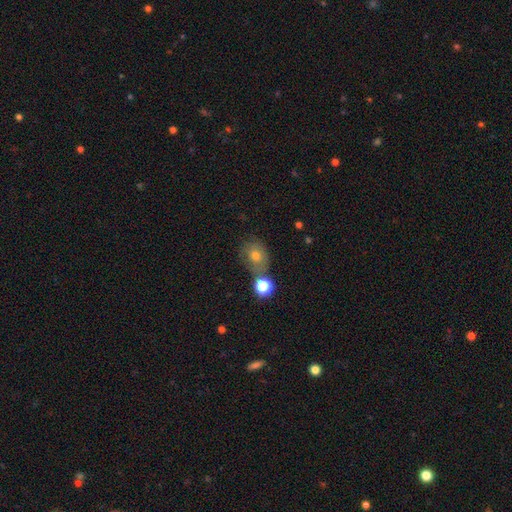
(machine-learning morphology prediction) Smooth or featured? Predicted: smooth (p=0.66). How rounded? Predicted: round (p=0.63). Merging? Predicted: none (p=0.56).